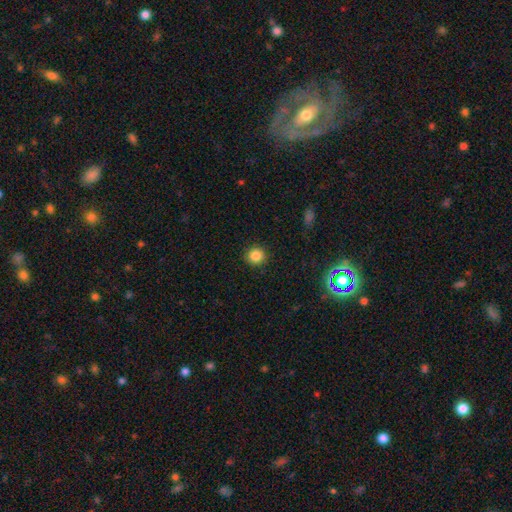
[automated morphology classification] A smooth galaxy with no disk features (85%) that is round (93%).

Vote fractions:
- Smooth or featured? smooth: 85% / star or artifact: 11% / featured or disk: 4%
- How rounded? round: 93% / in between: 6% / cigar-shaped: 1%
- Merging? none: 92% / minor disturbance: 6% / major disturbance: 2% / merger: 1%